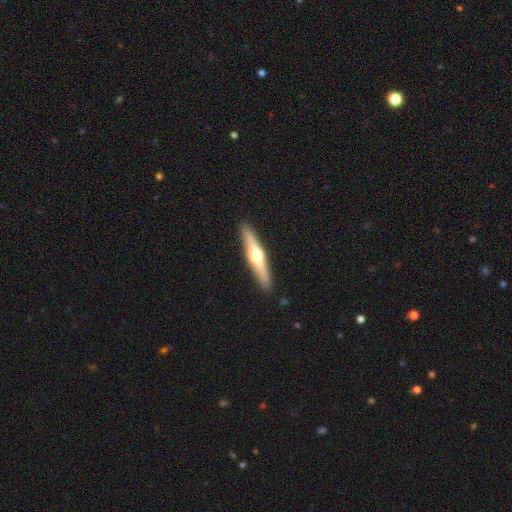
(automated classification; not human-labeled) Smooth or featured? featured or disk (54%)
Edge-on disk? yes (94%)
Edge-on bulge? rounded (92%)
Merging? none (91%)